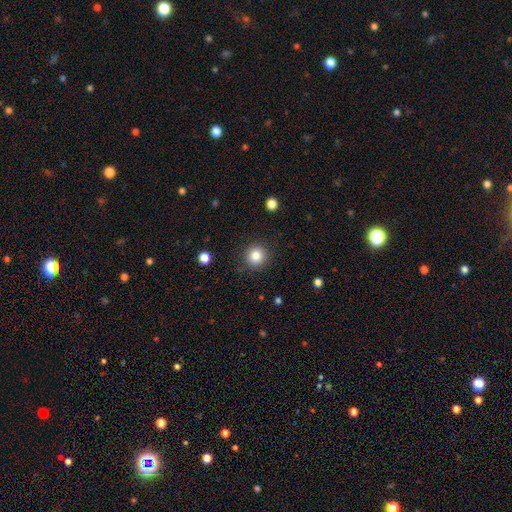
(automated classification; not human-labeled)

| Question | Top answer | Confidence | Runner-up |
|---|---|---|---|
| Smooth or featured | smooth | 84% | star or artifact (11%) |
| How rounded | round | 93% | in between (6%) |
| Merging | none | 88% | minor disturbance (8%) |